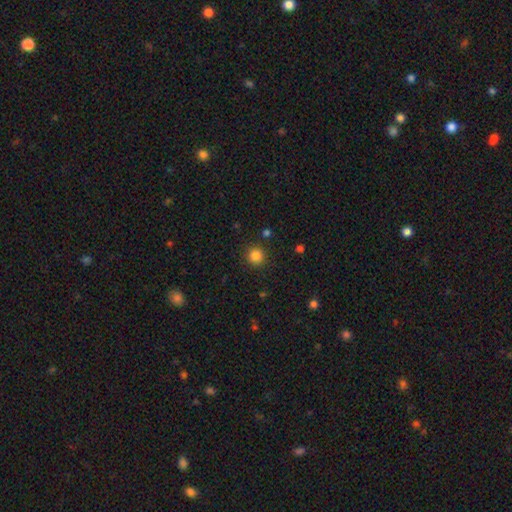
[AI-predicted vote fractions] smooth-or-featured: smooth: 84% | star or artifact: 12% | featured or disk: 3%
  how-rounded: round: 94% | in between: 5% | cigar-shaped: 1%
  merging: none: 90% | minor disturbance: 6% | major disturbance: 2% | merger: 2%